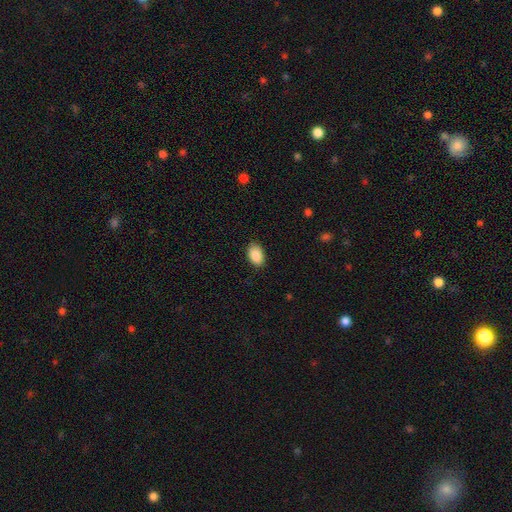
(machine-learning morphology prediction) The model was most divided on "merging": none: 86%, minor disturbance: 11%, major disturbance: 2%, merger: 1%. More confident: how rounded — in between (90%); smooth or featured — smooth (89%).